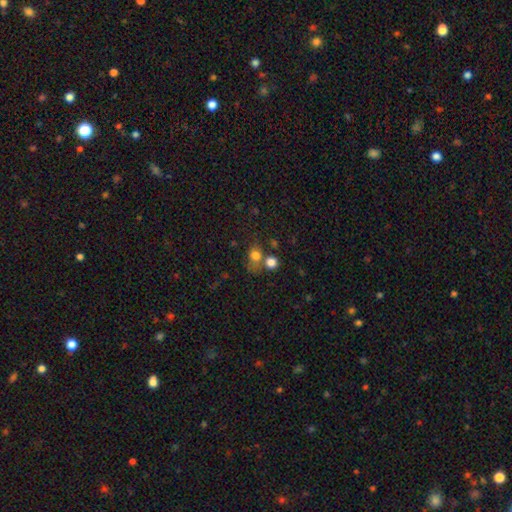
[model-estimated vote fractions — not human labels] Smooth or featured? smooth (76%)
How rounded? round (67%)
Merging? none (49%)